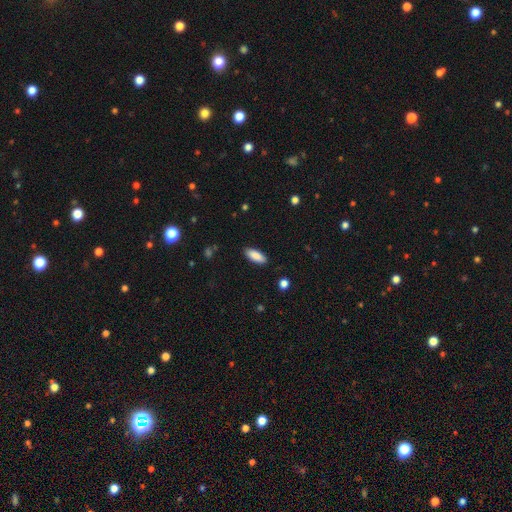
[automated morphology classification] Smooth or featured? Predicted: smooth (p=0.88). How rounded? Predicted: in between (p=0.77). Merging? Predicted: none (p=0.88).